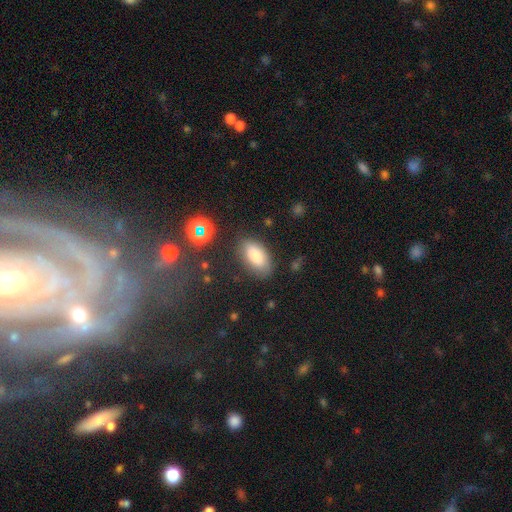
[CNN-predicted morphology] Smooth or featured? smooth (82%)
How rounded? in between (92%)
Merging? none (79%)